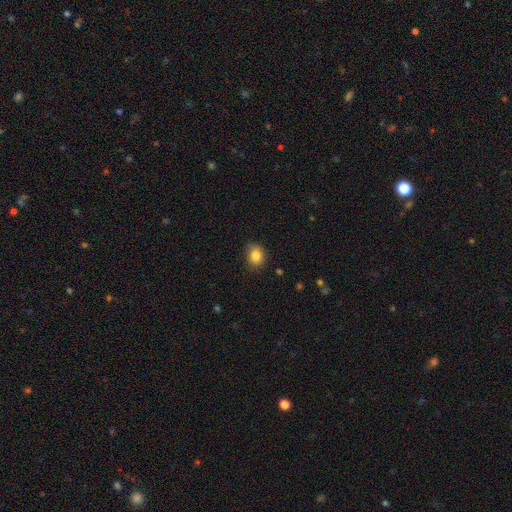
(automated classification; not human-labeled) smooth-or-featured: smooth: 85% | star or artifact: 10% | featured or disk: 6%
  how-rounded: round: 67% | in between: 32% | cigar-shaped: 1%
  merging: none: 76% | minor disturbance: 19% | major disturbance: 4% | merger: 1%